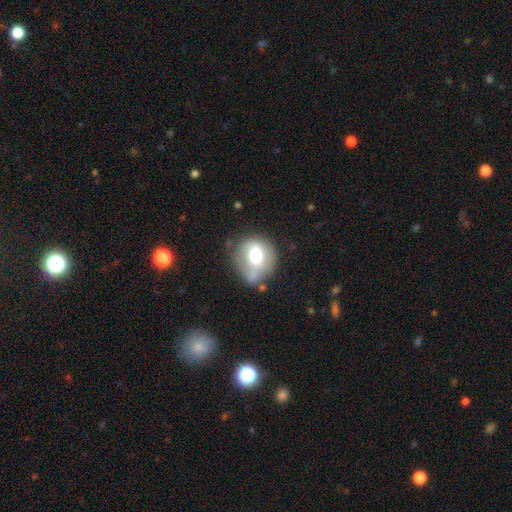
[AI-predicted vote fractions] Smooth or featured? Predicted: smooth (p=0.61). How rounded? Predicted: round (p=0.84). Merging? Predicted: none (p=0.54).